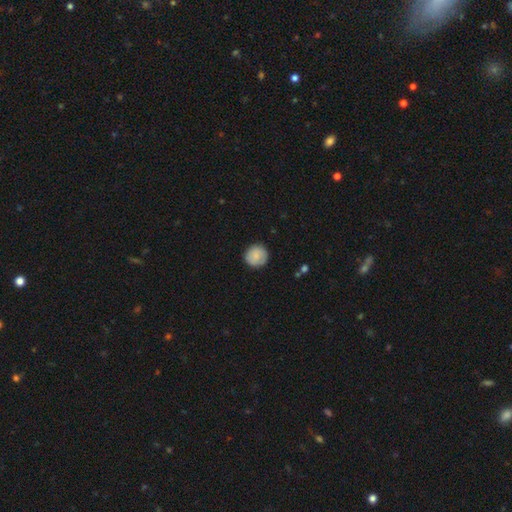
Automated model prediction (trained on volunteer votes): Smooth or featured?
  - smooth: 83% *
  - featured or disk: 11%
  - star or artifact: 7%
How rounded?
  - round: 94% *
  - in between: 5%
  - cigar-shaped: 1%
Merging?
  - none: 88% *
  - minor disturbance: 9%
  - major disturbance: 2%
  - merger: 1%